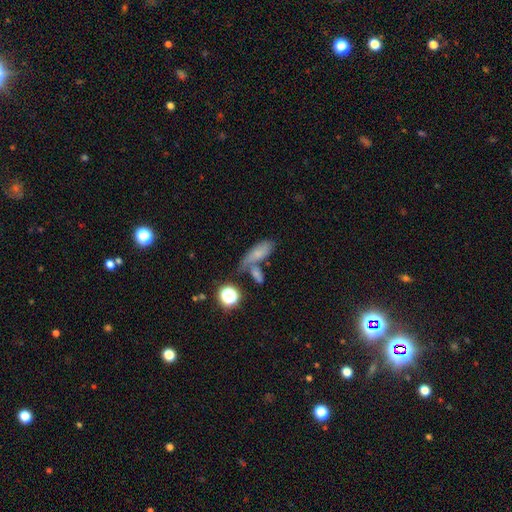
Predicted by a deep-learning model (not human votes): A smooth galaxy with no disk features (64%) that is in between round and cigar-shaped (68%).

Vote fractions:
- Smooth or featured? smooth: 64% / featured or disk: 22% / star or artifact: 13%
- How rounded? in between: 68% / cigar-shaped: 26% / round: 6%
- Merging? none: 37% / merger: 36% / minor disturbance: 16% / major disturbance: 11%